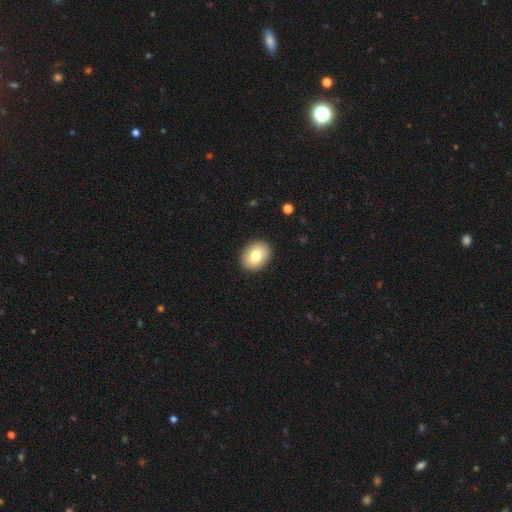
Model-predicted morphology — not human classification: This is likely a smooth galaxy (79%). How rounded: likely in between (61%). Merging: clearly none (90%).